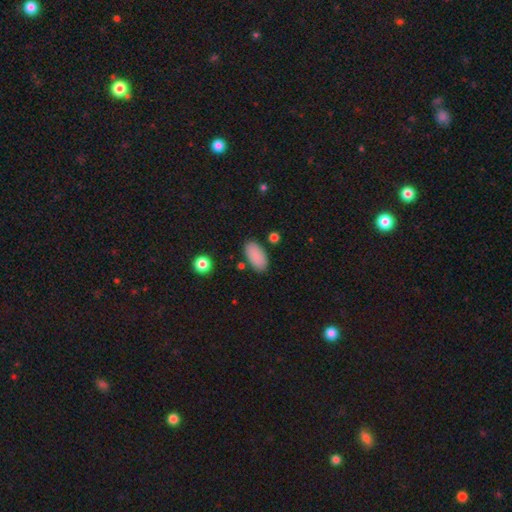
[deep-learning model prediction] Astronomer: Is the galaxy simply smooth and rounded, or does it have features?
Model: smooth — 89%.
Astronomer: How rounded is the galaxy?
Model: in between — 94%.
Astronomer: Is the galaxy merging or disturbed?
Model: none — 85%.